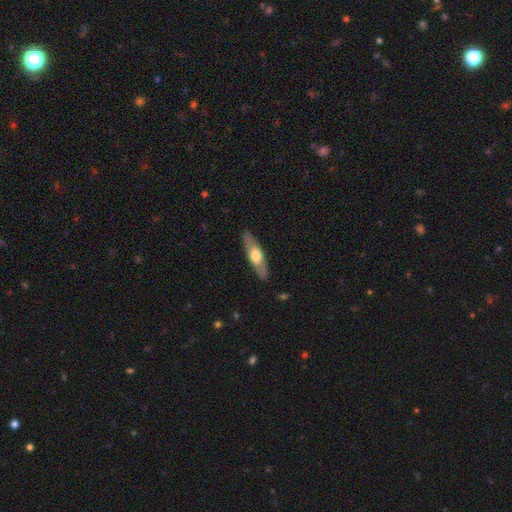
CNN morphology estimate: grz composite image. It shows a smooth galaxy with no disk features (49%). Merging: none (87%).